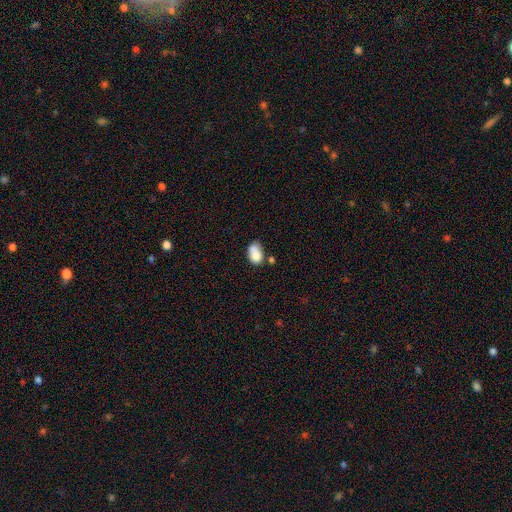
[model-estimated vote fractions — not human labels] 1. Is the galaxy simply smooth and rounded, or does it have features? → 75% smooth, 16% featured or disk, 9% star or artifact.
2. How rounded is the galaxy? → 78% in between, 20% round, 1% cigar-shaped.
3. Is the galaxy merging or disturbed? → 37% merger, 33% none, 21% minor disturbance, 9% major disturbance.